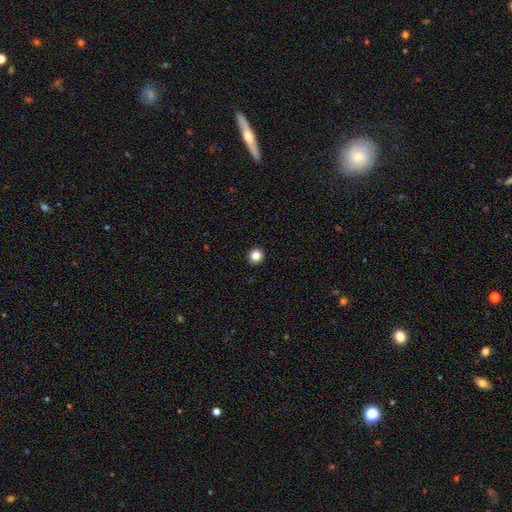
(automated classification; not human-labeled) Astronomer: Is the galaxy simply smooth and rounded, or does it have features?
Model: smooth — 85%.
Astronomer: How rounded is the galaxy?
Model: round — 94%.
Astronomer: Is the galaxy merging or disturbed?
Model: none — 94%.